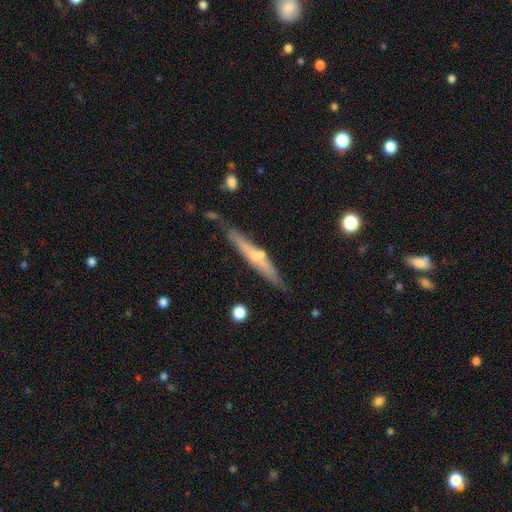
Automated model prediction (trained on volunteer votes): Smooth or featured? featured or disk (52%)
Edge-on disk? yes (89%)
Merging? none (75%)